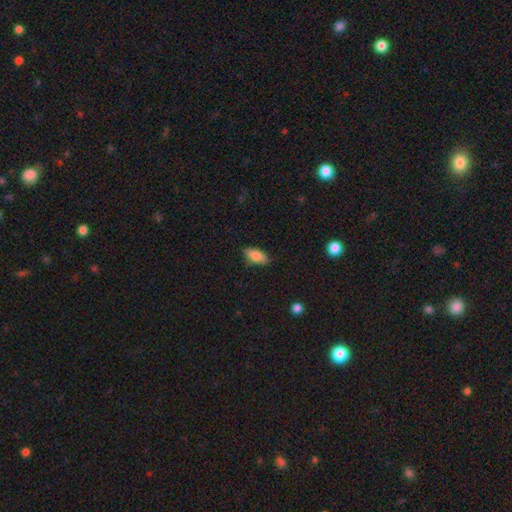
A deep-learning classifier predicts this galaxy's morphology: Smooth or featured? smooth (85%)
How rounded? in between (89%)
Merging? none (83%)